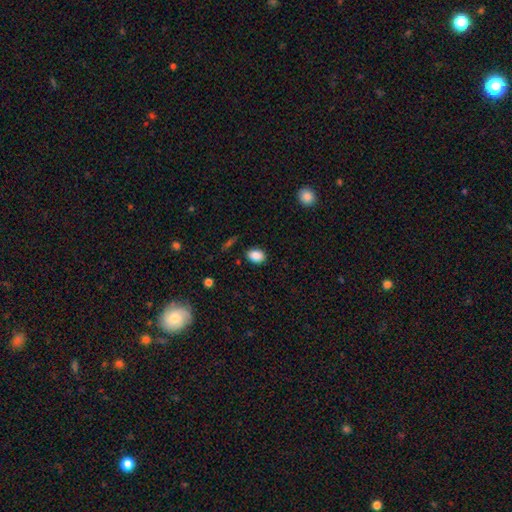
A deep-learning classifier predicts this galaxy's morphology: smooth 88%, star or artifact 8%, featured or disk 4%. Down the decision tree: how rounded — in between (75%); merging — none (85%).